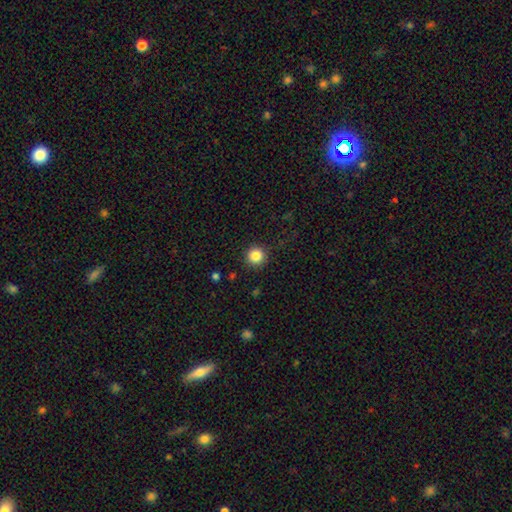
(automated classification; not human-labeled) The model was most divided on "smooth or featured": smooth: 84%, star or artifact: 11%, featured or disk: 5%. More confident: how rounded — round (95%); merging — none (91%).